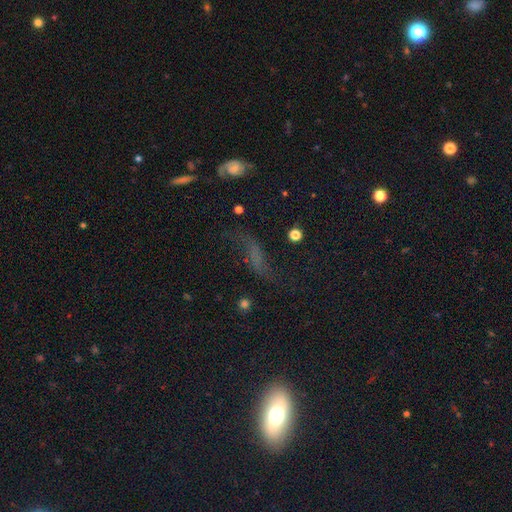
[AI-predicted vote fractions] A featured or disk galaxy (43%). Merging: none (54%).